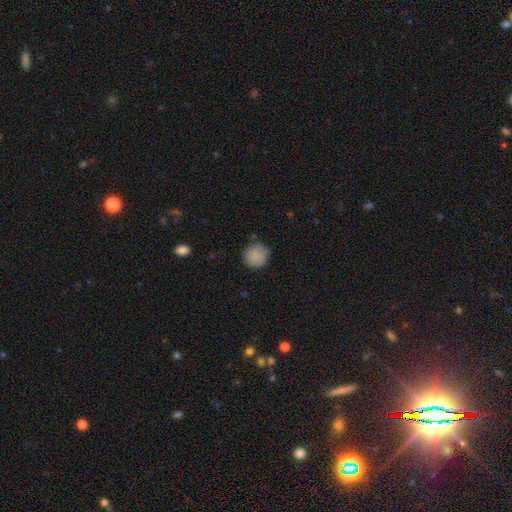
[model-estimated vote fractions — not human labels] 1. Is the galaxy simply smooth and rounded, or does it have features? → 87% smooth, 8% star or artifact, 4% featured or disk.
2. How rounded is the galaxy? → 93% round, 7% in between, 1% cigar-shaped.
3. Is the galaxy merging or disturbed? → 81% none, 14% minor disturbance, 3% major disturbance, 2% merger.